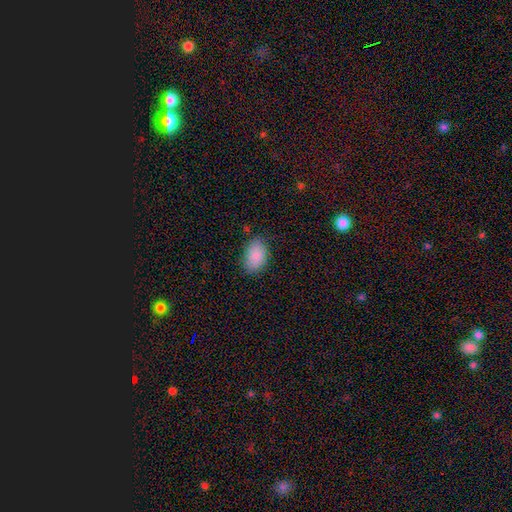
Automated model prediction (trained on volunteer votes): A smooth galaxy with no disk features (89%) that is in between round and cigar-shaped (90%).

Vote fractions:
- Smooth or featured? smooth: 89% / star or artifact: 7% / featured or disk: 4%
- How rounded? in between: 90% / round: 8% / cigar-shaped: 1%
- Merging? none: 81% / minor disturbance: 15% / major disturbance: 3% / merger: 1%